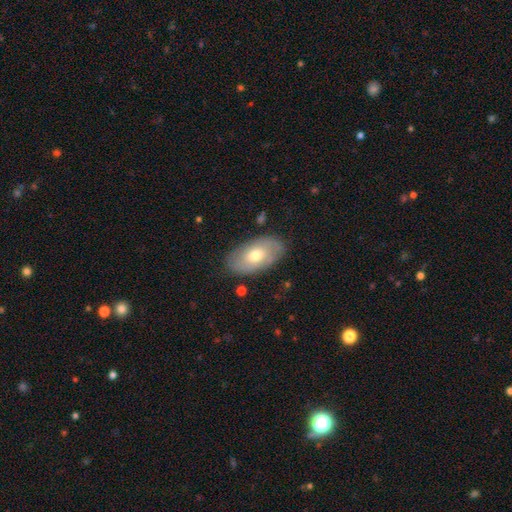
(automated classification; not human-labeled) smooth_or_featured: smooth (p=0.51) [alt: featured or disk p=0.42]
how_rounded: in between (p=0.93) [alt: round p=0.05]
merging: none (p=0.81) [alt: minor disturbance p=0.14]